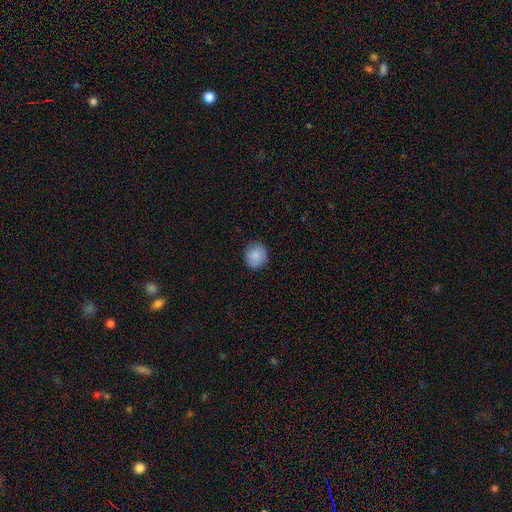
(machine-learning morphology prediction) type=smooth (86%); roundness=round (82%); merging=none (87%).